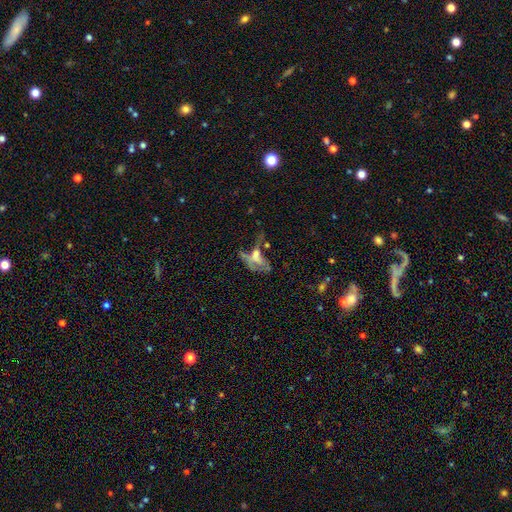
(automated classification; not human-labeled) Smooth or featured? Predicted: featured or disk (p=0.44). Merging? Predicted: major disturbance (p=0.39).